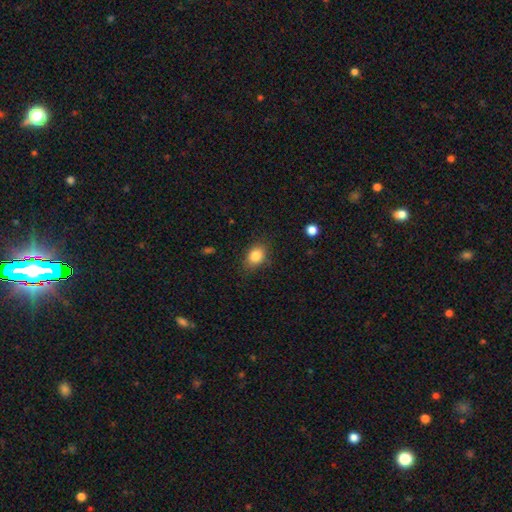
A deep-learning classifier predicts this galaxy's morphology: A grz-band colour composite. It shows a smooth galaxy with no disk features (84%) that is in between round and cigar-shaped (64%). Merging: none (79%).